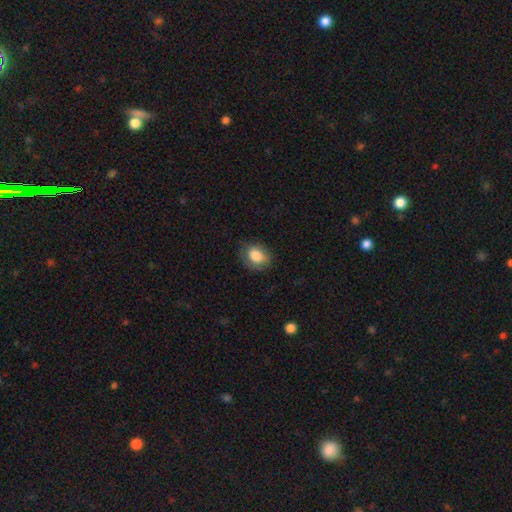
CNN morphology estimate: smooth_or_featured: smooth (p=0.81) [alt: featured or disk p=0.11]
how_rounded: in between (p=0.54) [alt: round p=0.45]
merging: none (p=0.74) [alt: minor disturbance p=0.19]